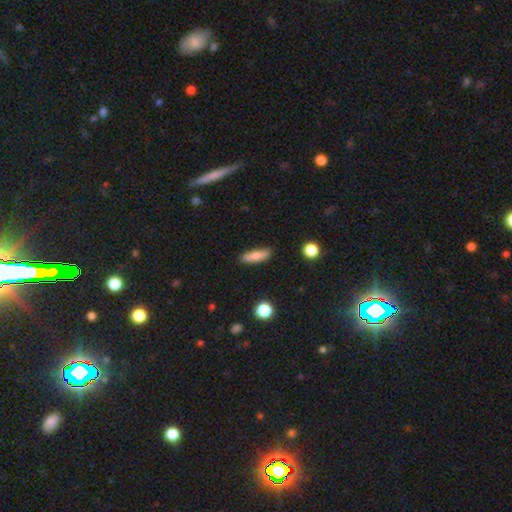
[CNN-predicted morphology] Overall: smooth (74%). How rounded: cigar-shaped (54%; in between 43%). Merging: none (84%).